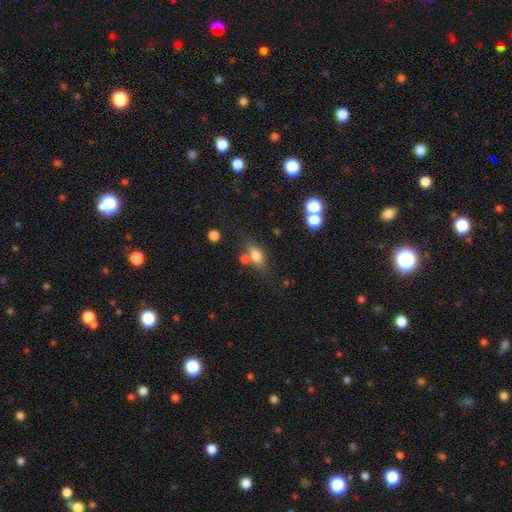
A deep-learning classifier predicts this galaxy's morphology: smooth-or-featured: smooth: 75% | featured or disk: 14% | star or artifact: 11%
  how-rounded: in between: 78% | round: 12% | cigar-shaped: 11%
  merging: none: 61% | merger: 18% | minor disturbance: 15% | major disturbance: 6%